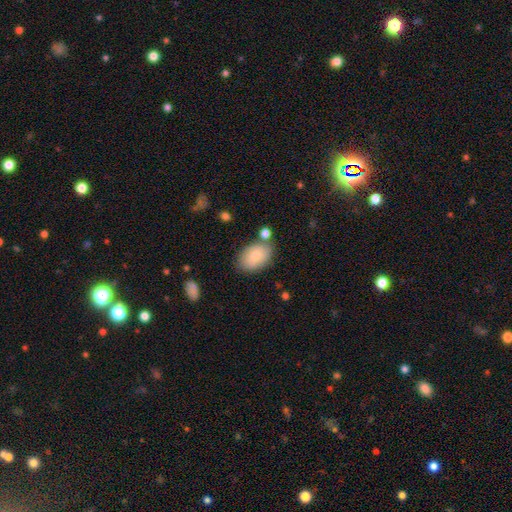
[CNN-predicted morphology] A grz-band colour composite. It shows a smooth galaxy with no disk features (77%) that is in between round and cigar-shaped (88%). Merging: none (71%).